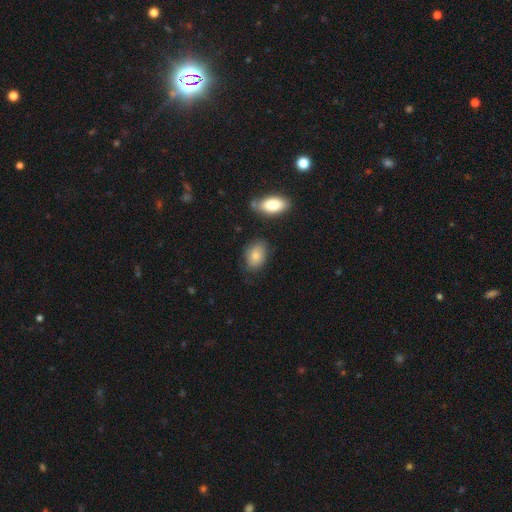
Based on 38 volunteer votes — A smooth galaxy with no disk features (95%) that is in between round and cigar-shaped (81%). Merging: none (68%).